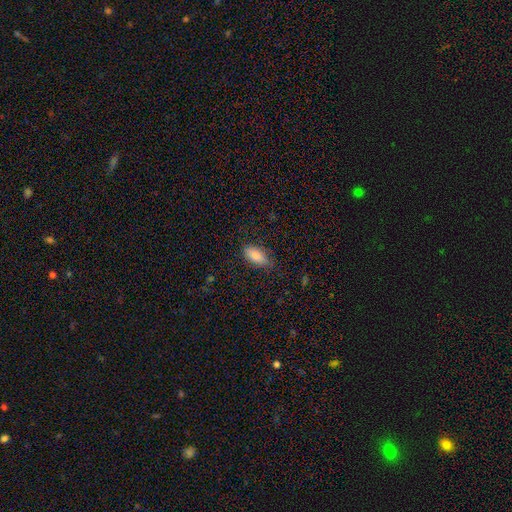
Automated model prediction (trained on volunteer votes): smooth 85%, featured or disk 8%, star or artifact 7%. Down the decision tree: how rounded — in between (87%); merging — none (78%).